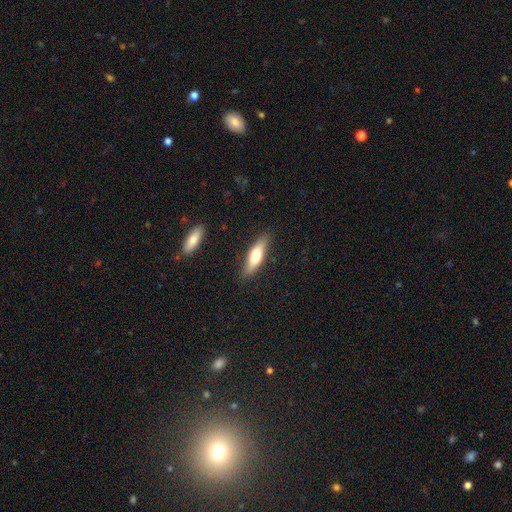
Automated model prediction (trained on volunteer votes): Smooth or featured? smooth (67%)
How rounded? cigar-shaped (55%)
Merging? none (84%)